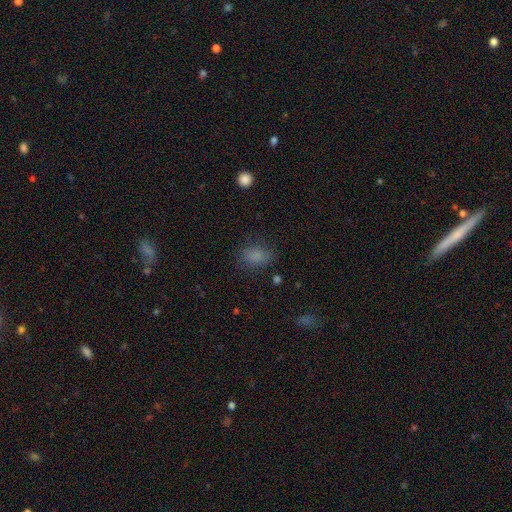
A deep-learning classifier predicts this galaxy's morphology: type=smooth (80%); roundness=in between (69%); merging=none (73%).